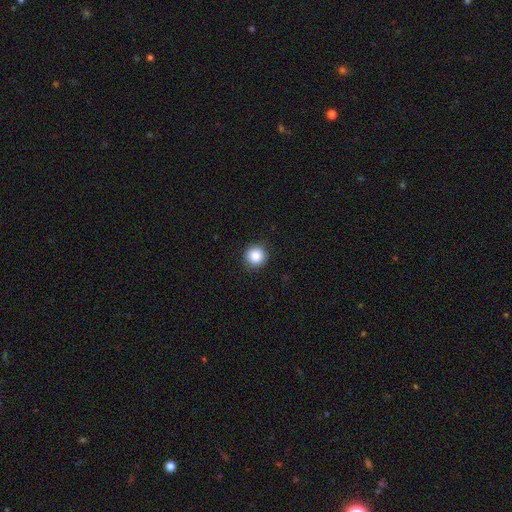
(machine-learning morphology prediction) A smooth galaxy with no disk features (86%) that is round (95%). Merging: none (92%).